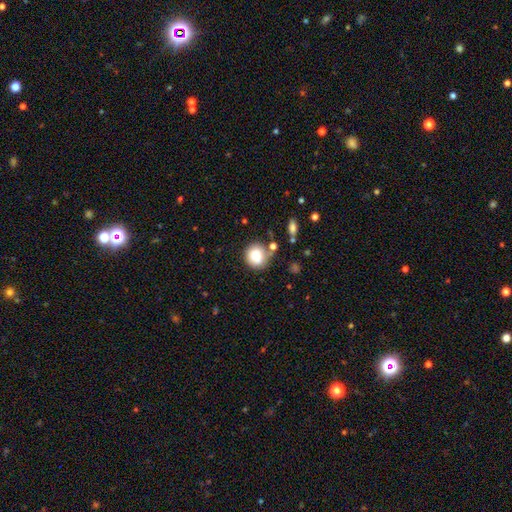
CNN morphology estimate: type=smooth (79%); roundness=round (87%); merging=none (70%).